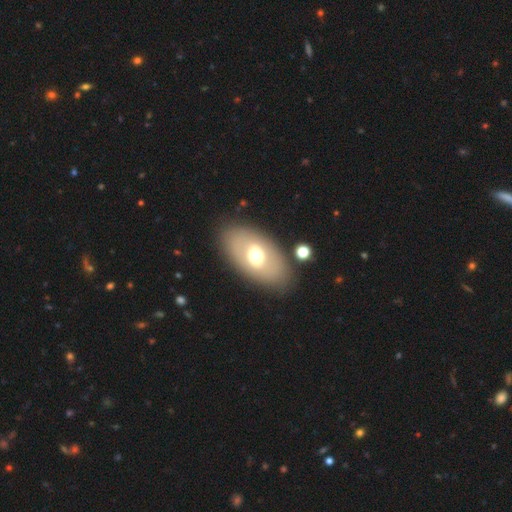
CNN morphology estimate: type=smooth (57%); roundness=in between (90%); merging=none (82%).